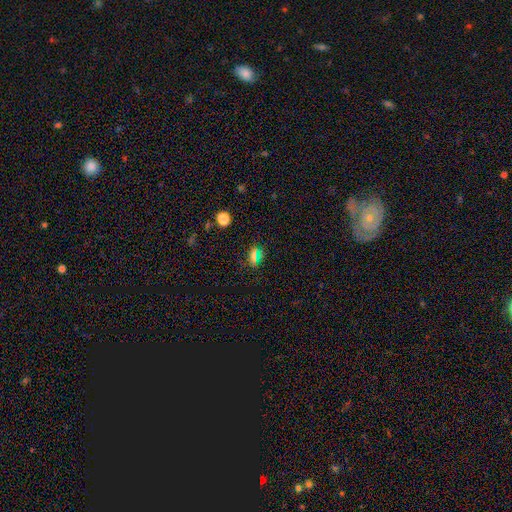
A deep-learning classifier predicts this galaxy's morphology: smooth-or-featured: smooth: 57% | star or artifact: 32% | featured or disk: 11%
  how-rounded: in between: 52% | round: 33% | cigar-shaped: 14%
  merging: none: 84% | minor disturbance: 10% | major disturbance: 4% | merger: 2%